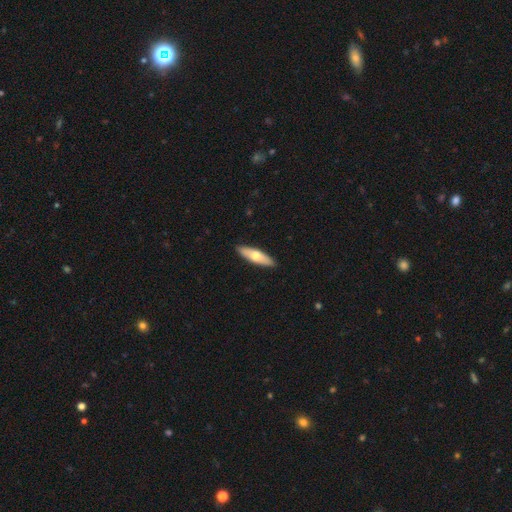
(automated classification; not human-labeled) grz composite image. It shows a smooth galaxy with no disk features (59%) that is cigar-shaped (55%). Merging: none (90%).